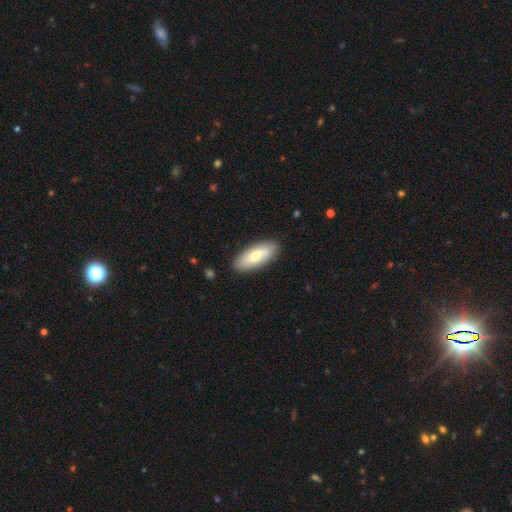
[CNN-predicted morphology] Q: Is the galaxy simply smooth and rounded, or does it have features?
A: smooth — 68%.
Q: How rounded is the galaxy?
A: in between — 81%.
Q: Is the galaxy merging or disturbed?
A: none — 87%.